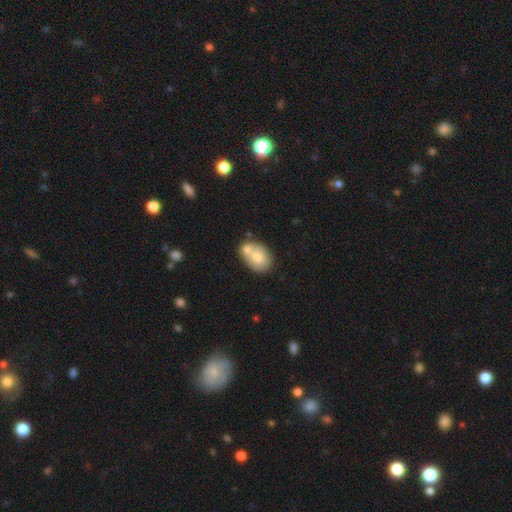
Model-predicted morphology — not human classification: A smooth galaxy with no disk features (70%) that is in between round and cigar-shaped (79%). Merging: none (41%).